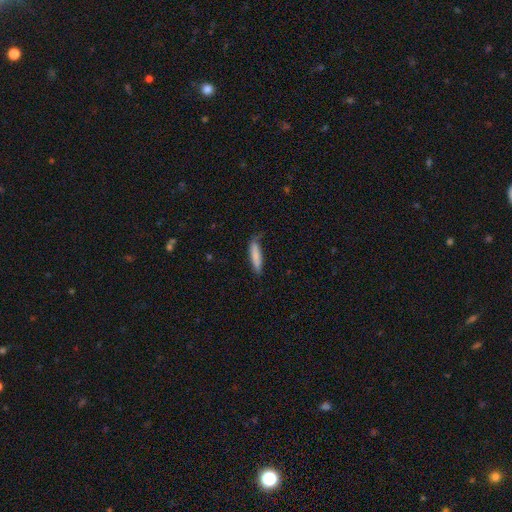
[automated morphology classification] Smooth or featured? Predicted: smooth (p=0.82). How rounded? Predicted: cigar-shaped (p=0.82). Merging? Predicted: none (p=0.65).